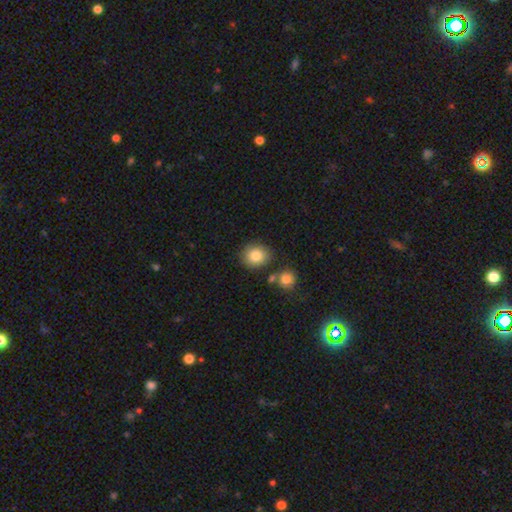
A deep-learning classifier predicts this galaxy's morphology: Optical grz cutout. It shows a smooth galaxy with no disk features (84%) that is round (78%). Merging: none (78%).